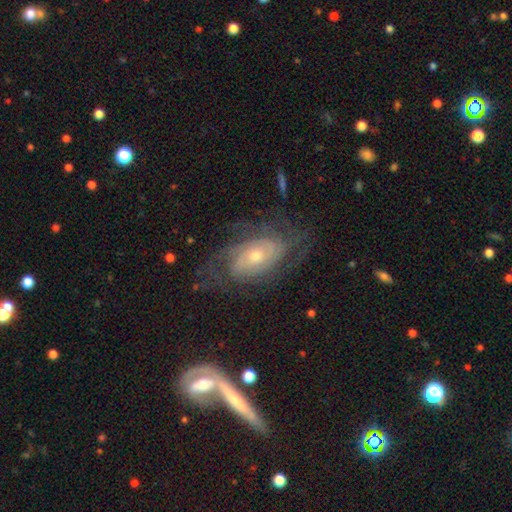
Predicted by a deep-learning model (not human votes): Smooth or featured?
  - featured or disk: 81% *
  - smooth: 12%
  - star or artifact: 7%
Edge-on disk?
  - no: 94% *
  - yes: 6%
Bar?
  - no: 73% *
  - weak: 22%
  - strong: 5%
Spiral arms?
  - yes: 91% *
  - no: 9%
Spiral winding?
  - tight: 59% *
  - medium: 30%
  - loose: 10%
Spiral arm count?
  - can't tell: 40% *
  - 2: 30%
  - 3: 13%
  - 4: 7%
  - 1: 5%
  - more than 4: 5%
Bulge size?
  - small: 49% *
  - moderate: 46%
  - large: 3%
  - none: 1%
  - dominant: 1%
Merging?
  - none: 67% *
  - minor disturbance: 18%
  - major disturbance: 13%
  - merger: 2%